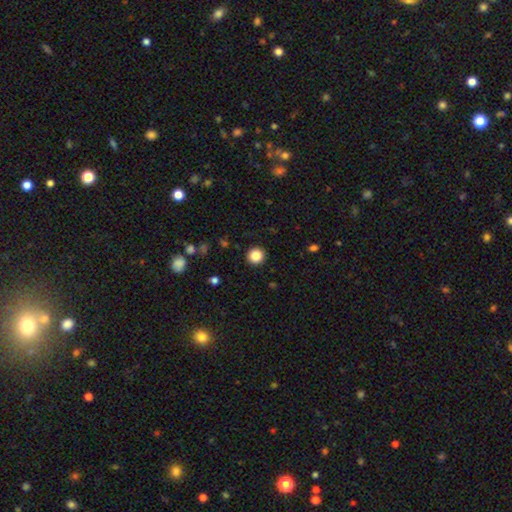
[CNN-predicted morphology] Smooth or featured?
  - smooth: 85% *
  - star or artifact: 11%
  - featured or disk: 4%
How rounded?
  - round: 93% *
  - in between: 6%
  - cigar-shaped: 1%
Merging?
  - none: 93% *
  - minor disturbance: 5%
  - major disturbance: 2%
  - merger: 1%